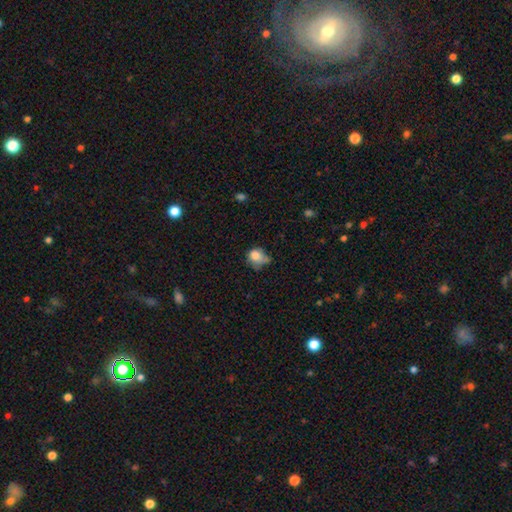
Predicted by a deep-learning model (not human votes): smooth 78%, featured or disk 12%, star or artifact 10%. Down the decision tree: how rounded — round (62%); merging — minor disturbance (37%).